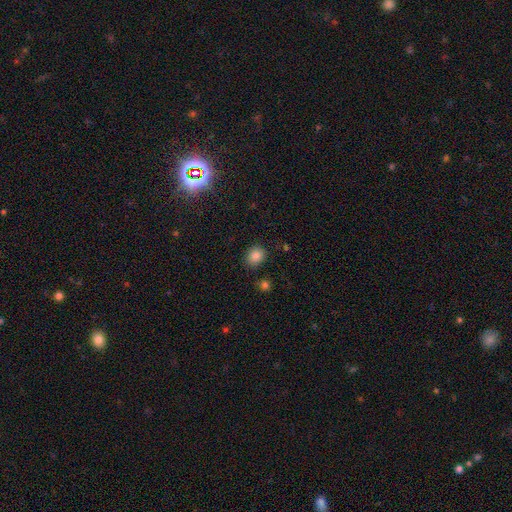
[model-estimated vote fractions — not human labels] Smooth or featured? Predicted: smooth (p=0.84). How rounded? Predicted: round (p=0.63). Merging? Predicted: none (p=0.83).